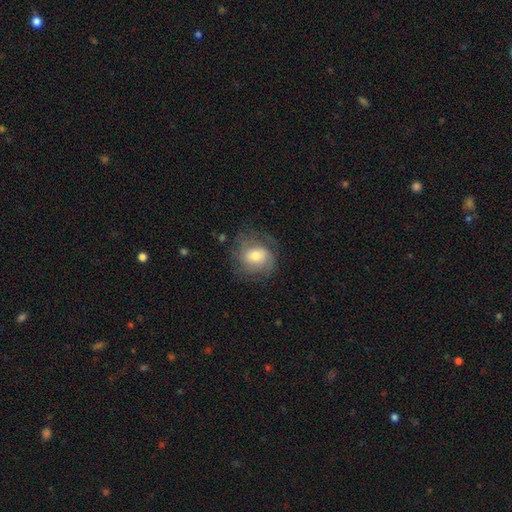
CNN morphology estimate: This appears to be a featured or disk galaxy (48%). Merging: none (63%).